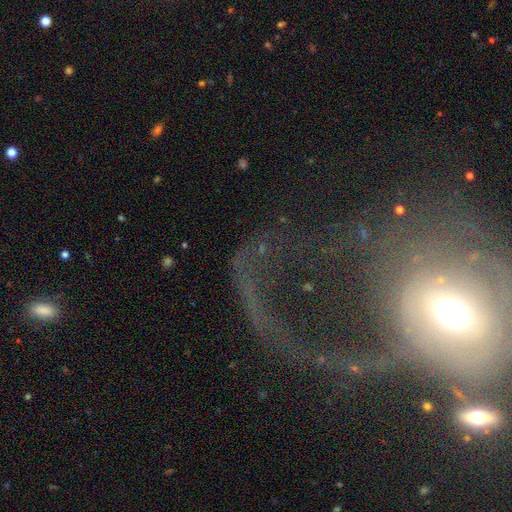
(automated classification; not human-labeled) Smooth or featured?
  - featured or disk: 60% *
  - smooth: 22%
  - star or artifact: 18%
Edge-on disk?
  - no: 91% *
  - yes: 9%
Bar?
  - no: 50% *
  - weak: 27%
  - strong: 23%
Spiral arms?
  - yes: 51% *
  - no: 49%
Bulge size?
  - moderate: 53% *
  - small: 25%
  - large: 12%
  - dominant: 5%
  - none: 4%
Merging?
  - major disturbance: 53% *
  - none: 29%
  - minor disturbance: 11%
  - merger: 7%